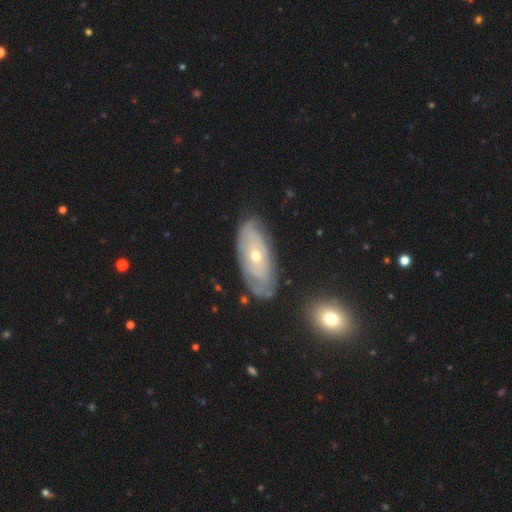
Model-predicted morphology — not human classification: The model was most divided on "bulge size": small: 56%, moderate: 41%, large: 1%, none: 1%, dominant: 1%. More confident: edge-on disk — no (89%); bar — no (87%); merging — none (76%); smooth or featured — featured or disk (69%); spiral arms — yes (64%).